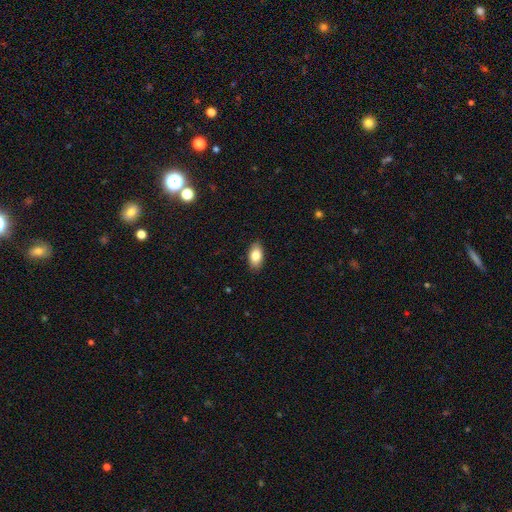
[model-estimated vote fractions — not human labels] Overall: smooth (83%). How rounded: in between (92%). Merging: none (88%).